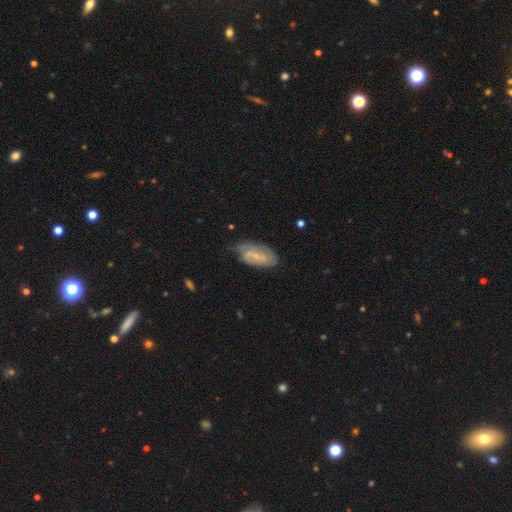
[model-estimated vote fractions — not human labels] Smooth or featured: featured or disk — 66% (smooth — 27%)
Edge-on disk: no — 94% (yes — 6%)
Bar: weak — 46% (no — 41%)
Spiral arms: yes — 86% (no — 14%)
Spiral winding: tight — 44% (medium — 39%)
Spiral arm count: 2 — 49% (can't tell — 28%)
Bulge size: small — 68% (moderate — 20%)
Merging: none — 50% (minor disturbance — 32%)